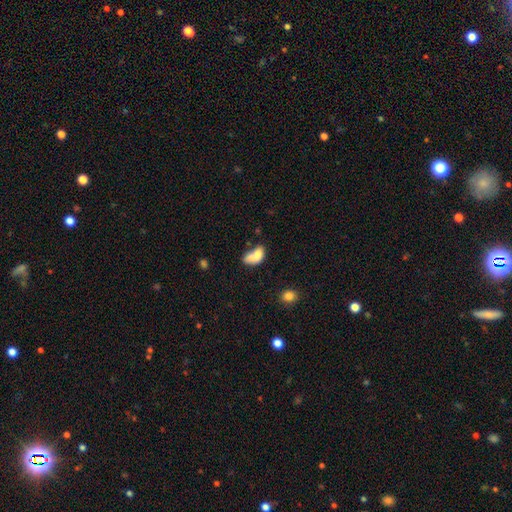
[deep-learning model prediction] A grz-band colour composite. It shows a smooth galaxy with no disk features (71%) that is in between round and cigar-shaped (85%). Merging: merger (53%).